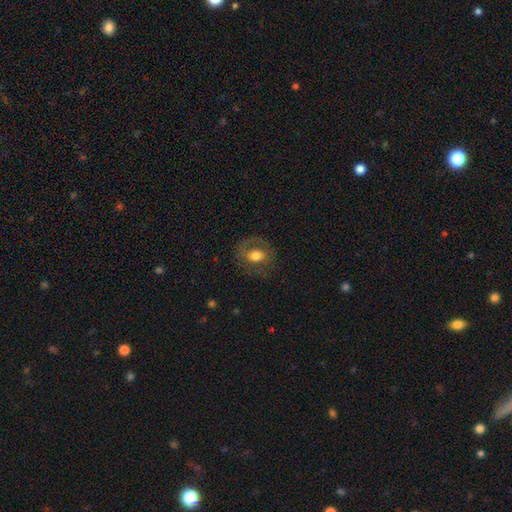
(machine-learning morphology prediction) type=smooth (51%); roundness=in between (55%); merging=none (69%).